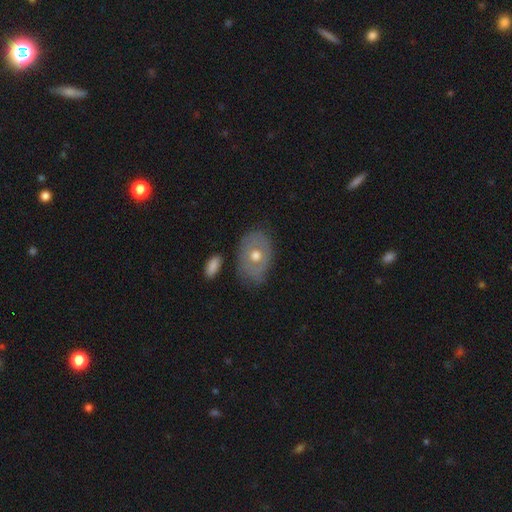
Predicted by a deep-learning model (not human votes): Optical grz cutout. It shows a featured or disk galaxy (51%). Merging: none (73%).